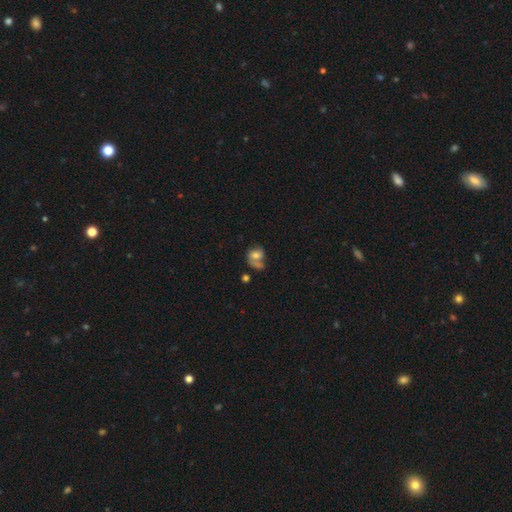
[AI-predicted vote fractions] This appears to be a featured or disk galaxy (50%). Merging: none (34%).